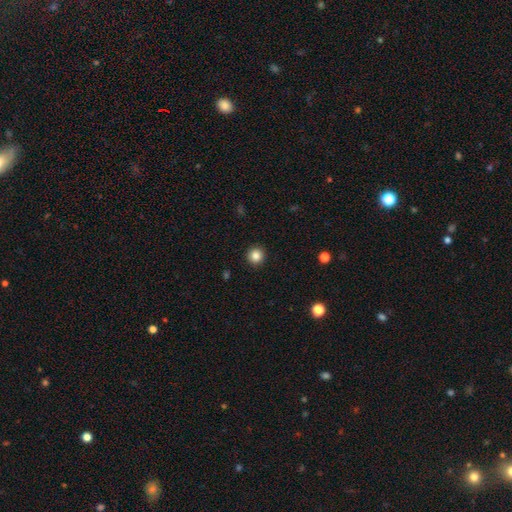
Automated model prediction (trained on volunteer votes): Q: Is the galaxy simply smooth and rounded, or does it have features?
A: smooth — 85%.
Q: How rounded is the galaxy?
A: round — 94%.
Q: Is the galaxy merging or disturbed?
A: none — 93%.